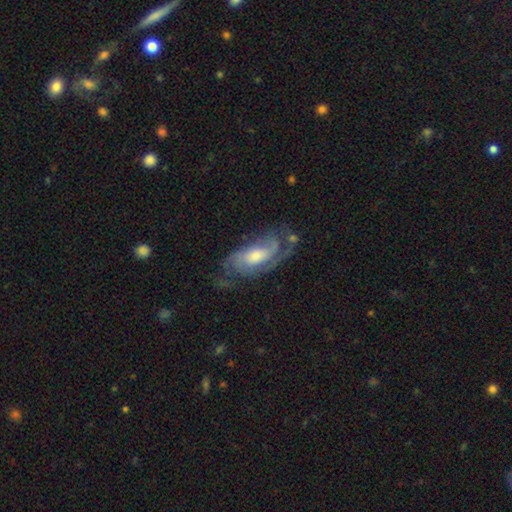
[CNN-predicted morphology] type=featured or disk (79%); edge-on=no (93%); bar=no (61%); spiral arms=yes (93%); winding=medium (44%); arm count=2 (46%); bulge=moderate (53%); merging=none (58%).